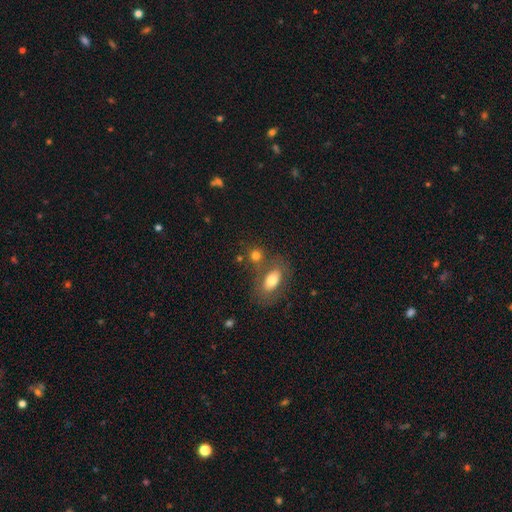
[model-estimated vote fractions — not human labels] A smooth galaxy with no disk features (76%) that is round (63%). Merging: none (59%).